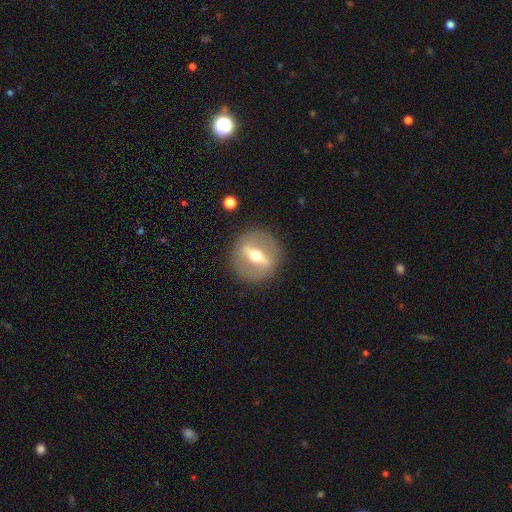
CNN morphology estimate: Smooth or featured?
  - featured or disk: 71% *
  - smooth: 22%
  - star or artifact: 7%
Edge-on disk?
  - no: 61% *
  - yes: 39%
Merging?
  - none: 87% *
  - minor disturbance: 8%
  - major disturbance: 4%
  - merger: 1%